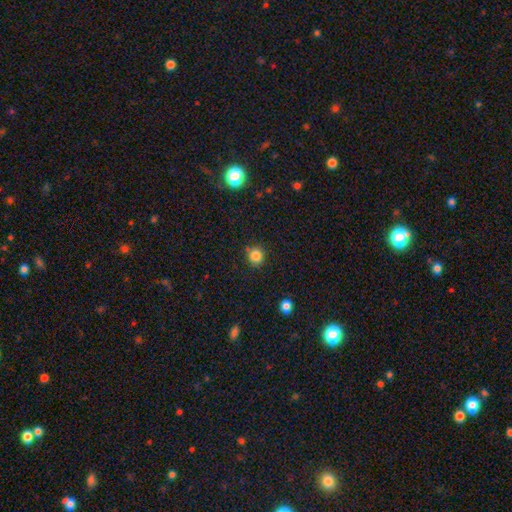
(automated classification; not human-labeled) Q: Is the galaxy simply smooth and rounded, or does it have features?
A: smooth — 84%.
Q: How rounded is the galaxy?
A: round — 86%.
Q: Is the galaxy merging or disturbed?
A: none — 83%.